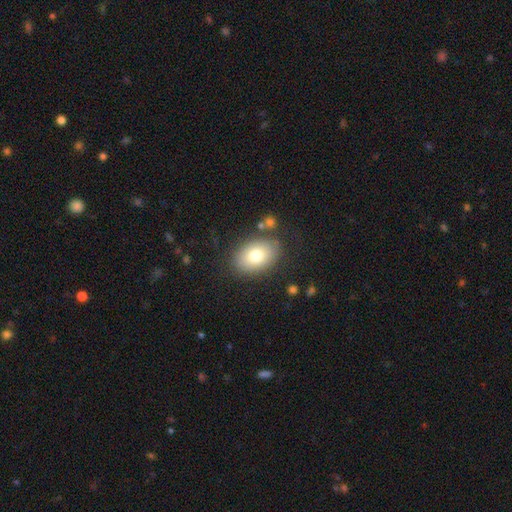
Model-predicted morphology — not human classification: Smooth or featured: smooth — 79% (featured or disk — 13%)
How rounded: in between — 82% (round — 17%)
Merging: none — 81% (minor disturbance — 12%)